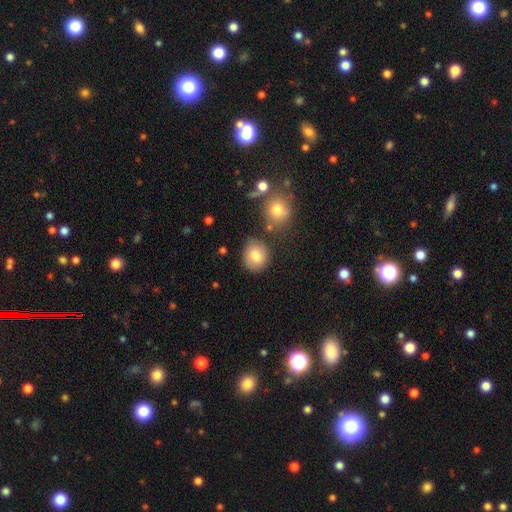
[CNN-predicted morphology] Overall: smooth (81%). How rounded: round (79%). Merging: none (76%).